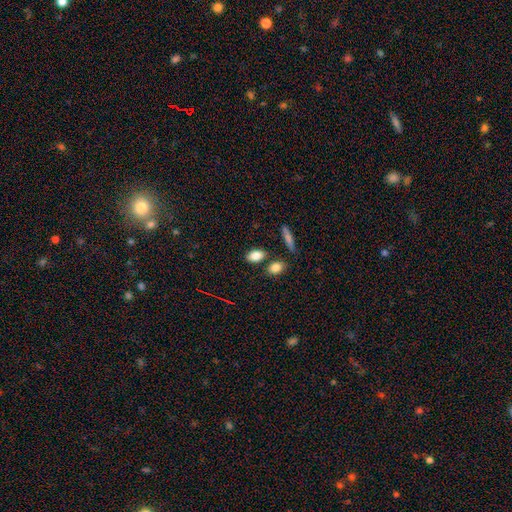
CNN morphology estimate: A smooth galaxy with no disk features (84%) that is in between round and cigar-shaped (85%). Merging: none (77%).